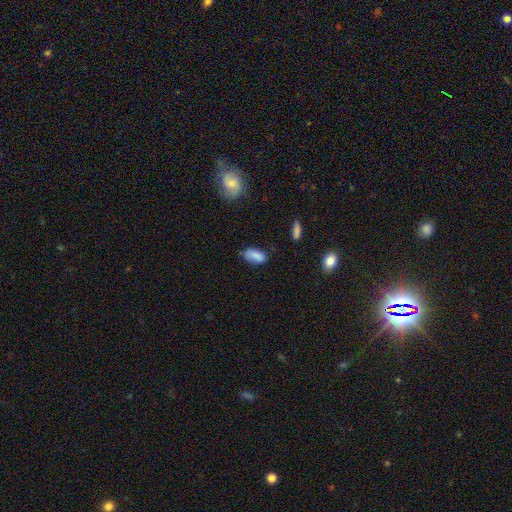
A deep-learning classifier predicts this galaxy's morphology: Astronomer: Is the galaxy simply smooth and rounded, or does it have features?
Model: smooth — 82%.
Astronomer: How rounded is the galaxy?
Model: in between — 91%.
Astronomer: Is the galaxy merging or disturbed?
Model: none — 62%.